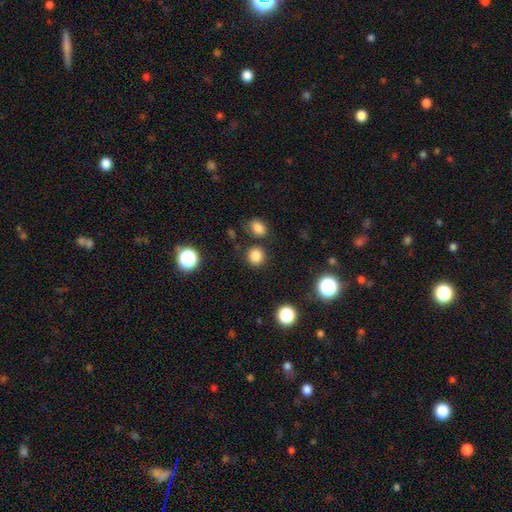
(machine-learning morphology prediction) Q: Smooth or featured?
A: smooth (82%); runner-up: star or artifact (14%)
Q: How rounded?
A: round (88%); runner-up: in between (11%)
Q: Merging?
A: none (83%); runner-up: minor disturbance (8%)